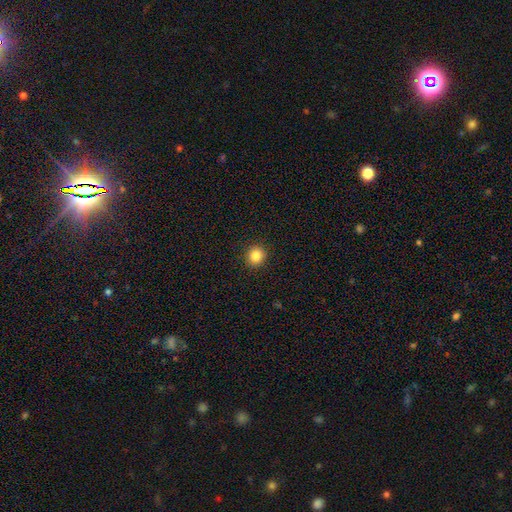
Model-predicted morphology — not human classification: A smooth galaxy with no disk features (84%) that is round (89%).

Vote fractions:
- Smooth or featured? smooth: 84% / star or artifact: 11% / featured or disk: 5%
- How rounded? round: 89% / in between: 10% / cigar-shaped: 1%
- Merging? none: 92% / minor disturbance: 5% / major disturbance: 2% / merger: 1%